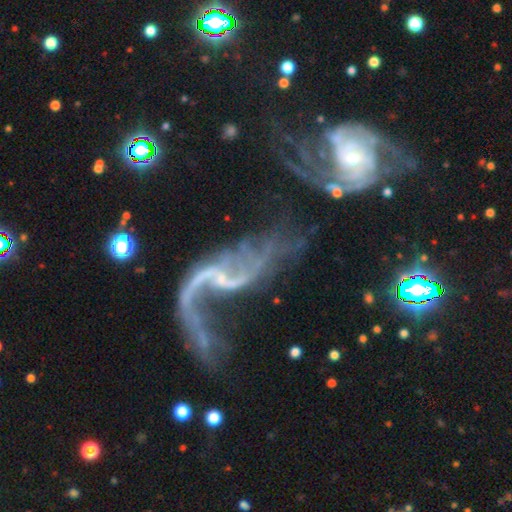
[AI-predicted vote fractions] Q: Smooth or featured?
A: featured or disk (86%); runner-up: star or artifact (8%)
Q: Edge-on disk?
A: no (96%); runner-up: yes (4%)
Q: Bar?
A: no (46%); runner-up: weak (37%)
Q: Spiral arms?
A: yes (89%); runner-up: no (11%)
Q: Spiral winding?
A: loose (89%); runner-up: medium (8%)
Q: Spiral arm count?
A: 2 (79%); runner-up: 1 (9%)
Q: Bulge size?
A: small (64%); runner-up: none (20%)
Q: Merging?
A: merger (34%); runner-up: major disturbance (33%)